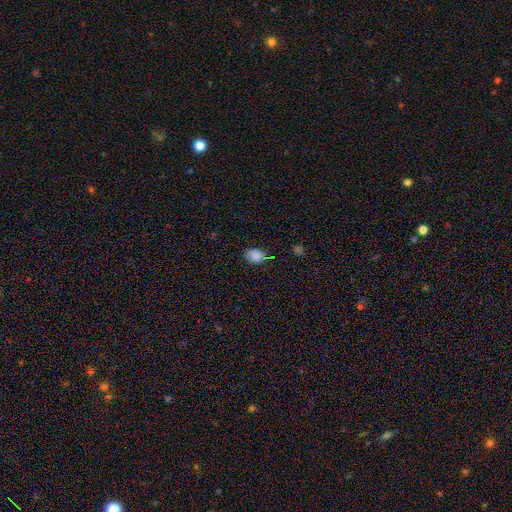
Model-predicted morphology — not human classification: The model was most divided on "how rounded": in between: 64%, round: 34%, cigar-shaped: 1%. More confident: smooth or featured — smooth (84%); merging — none (76%).